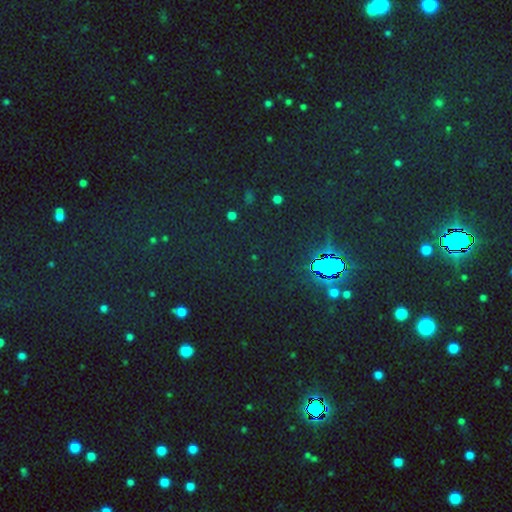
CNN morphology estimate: Smooth or featured: star or artifact — 79% (smooth — 13%)